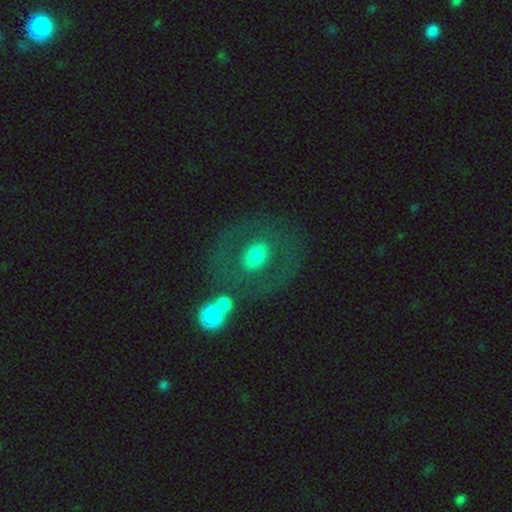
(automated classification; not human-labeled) This is possibly a smooth galaxy (50%). How rounded: possibly in between (59%). Merging: likely none (66%).